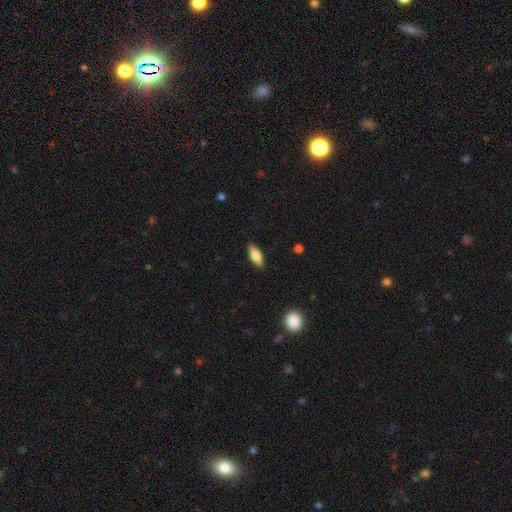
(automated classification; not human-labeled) The model was most divided on "smooth or featured": smooth: 67%, featured or disk: 26%, star or artifact: 6%. More confident: merging — none (88%); how rounded — in between (71%).